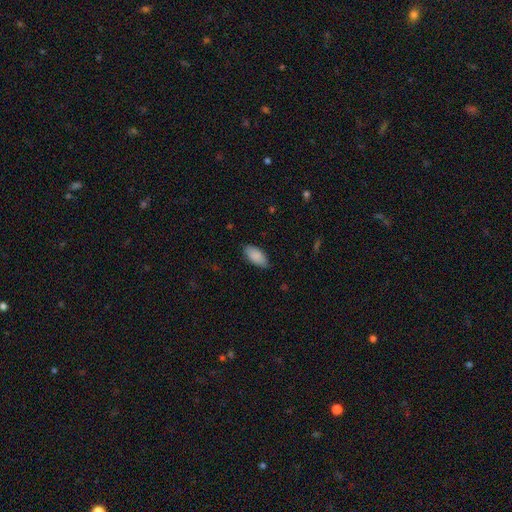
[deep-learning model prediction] Morphology: type=smooth (89%); roundness=in between (92%); merging=none (79%).